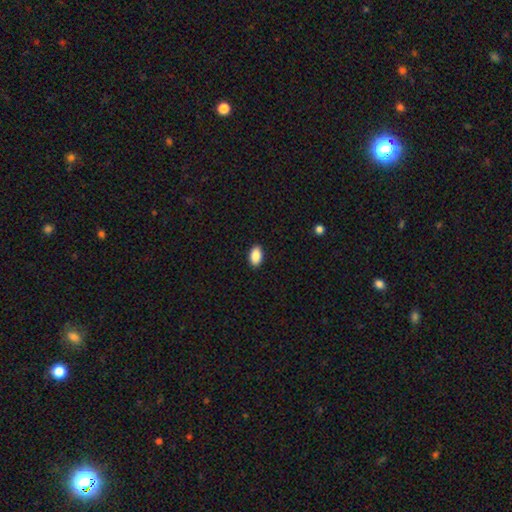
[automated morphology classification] The model was most divided on "smooth or featured": smooth: 88%, star or artifact: 7%, featured or disk: 4%. More confident: how rounded — in between (93%); merging — none (90%).